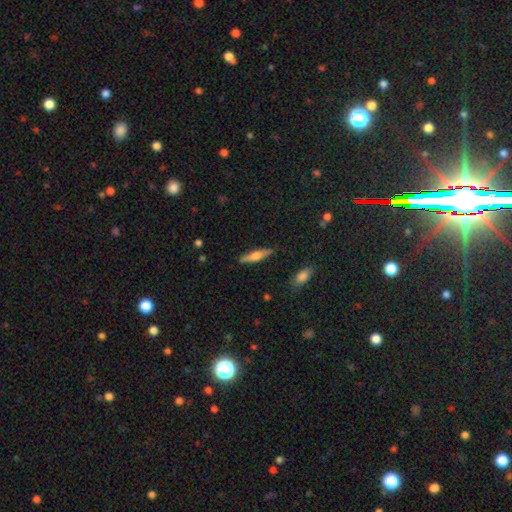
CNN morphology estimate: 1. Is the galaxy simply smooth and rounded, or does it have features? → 52% smooth, 41% featured or disk, 6% star or artifact.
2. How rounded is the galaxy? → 78% cigar-shaped, 20% in between, 2% round.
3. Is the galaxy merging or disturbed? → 86% none, 10% minor disturbance, 2% major disturbance, 2% merger.